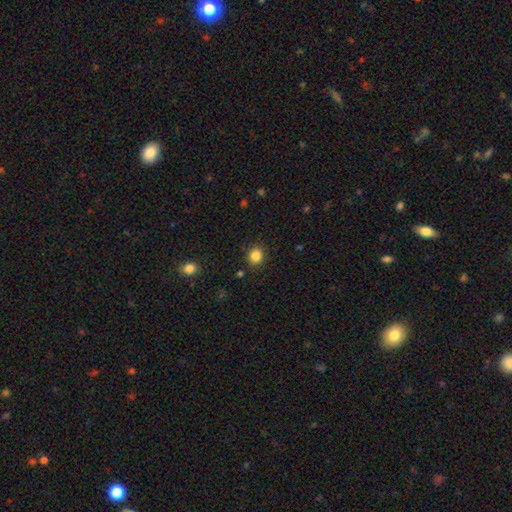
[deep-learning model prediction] The model was most divided on "how rounded": round: 69%, in between: 30%, cigar-shaped: 1%. More confident: merging — none (88%); smooth or featured — smooth (86%).